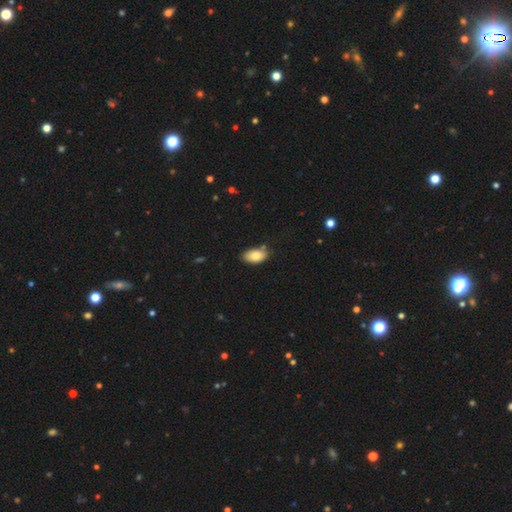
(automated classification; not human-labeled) A smooth galaxy with no disk features (83%) that is in between round and cigar-shaped (94%).

Vote fractions:
- Smooth or featured? smooth: 83% / featured or disk: 10% / star or artifact: 7%
- How rounded? in between: 94% / round: 4% / cigar-shaped: 2%
- Merging? none: 78% / minor disturbance: 17% / merger: 3% / major disturbance: 3%